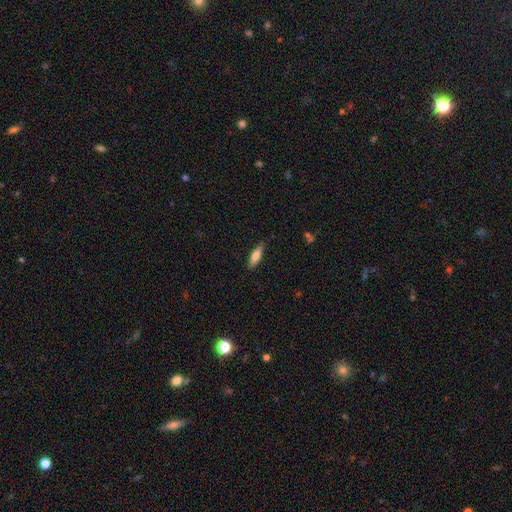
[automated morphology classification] Smooth or featured?
  - smooth: 72% *
  - featured or disk: 22%
  - star or artifact: 6%
How rounded?
  - cigar-shaped: 55% *
  - in between: 43%
  - round: 2%
Merging?
  - none: 84% *
  - minor disturbance: 12%
  - major disturbance: 2%
  - merger: 1%